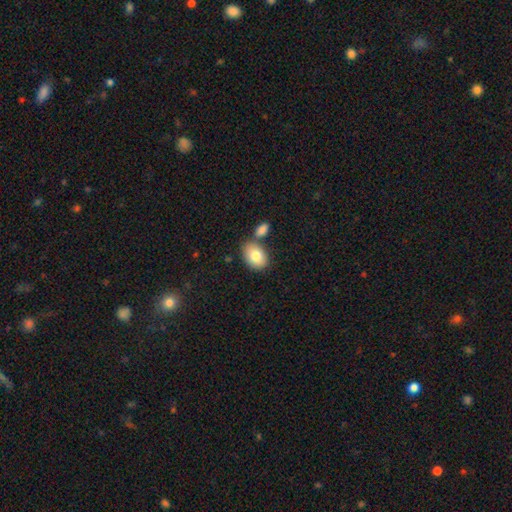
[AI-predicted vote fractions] Smooth or featured? smooth (81%)
How rounded? in between (81%)
Merging? none (61%)